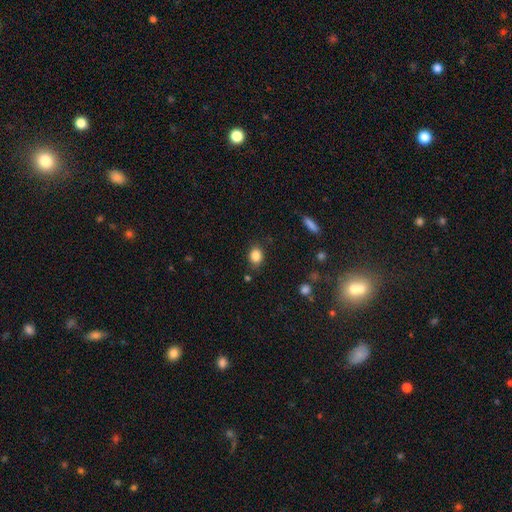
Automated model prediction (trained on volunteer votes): Overall: smooth (85%). How rounded: round (50%; in between 49%). Merging: none (82%).